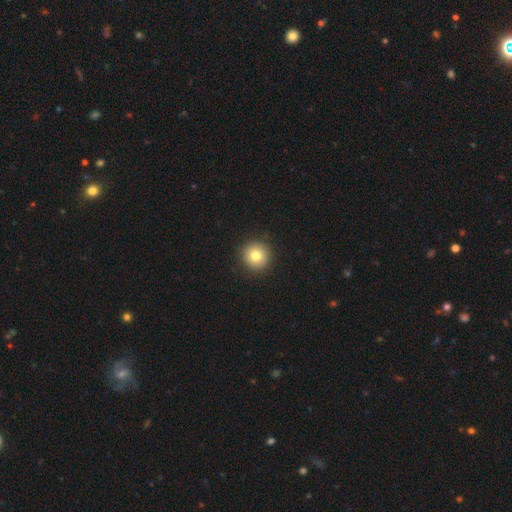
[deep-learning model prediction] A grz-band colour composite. It shows a smooth galaxy with no disk features (79%) that is round (95%). Merging: none (92%).